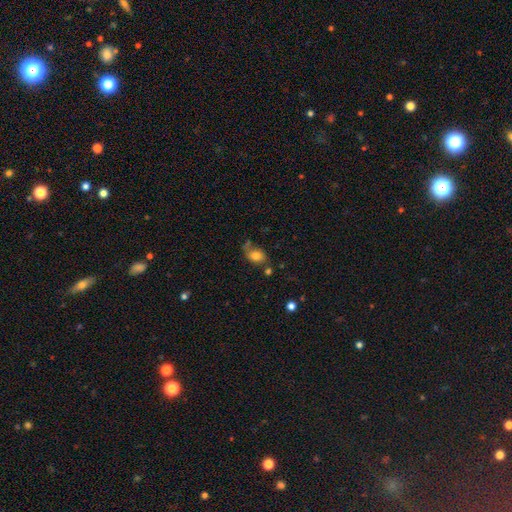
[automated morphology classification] Overall: smooth (79%). How rounded: in between (75%). Merging: none (56%; minor disturbance 21%).